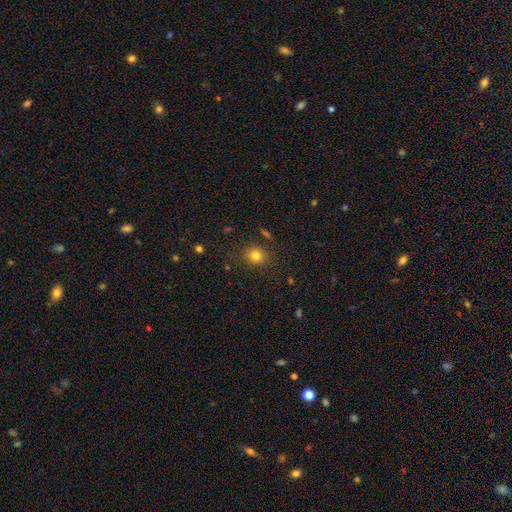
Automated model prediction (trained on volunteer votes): The model was most divided on "how rounded": round: 79%, in between: 20%, cigar-shaped: 1%. More confident: merging — none (83%); smooth or featured — smooth (79%).